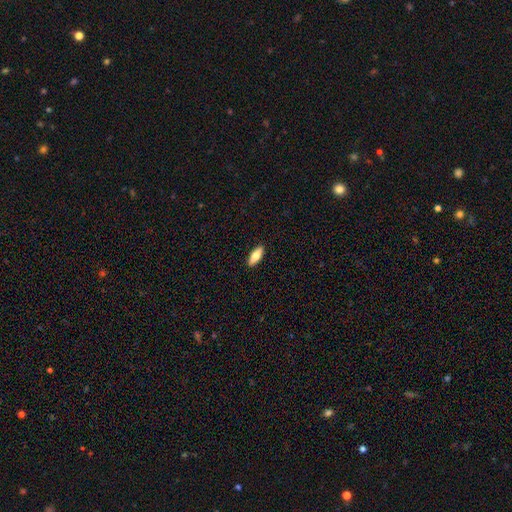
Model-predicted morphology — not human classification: The model was most divided on "how rounded": in between: 69%, cigar-shaped: 29%, round: 3%. More confident: merging — none (91%); smooth or featured — smooth (71%).